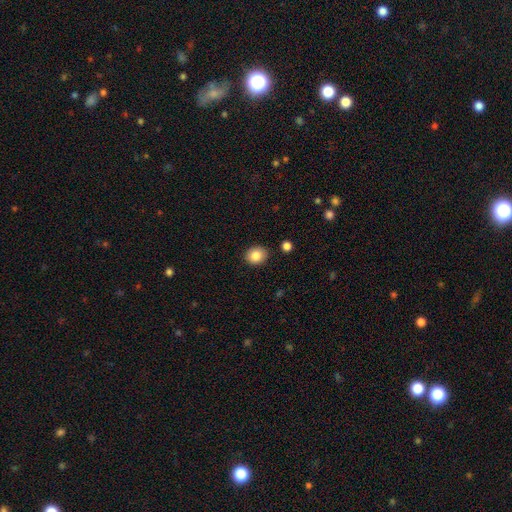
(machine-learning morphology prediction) Smooth or featured?
  - smooth: 85% *
  - star or artifact: 9%
  - featured or disk: 6%
How rounded?
  - round: 63% *
  - in between: 36%
  - cigar-shaped: 1%
Merging?
  - none: 88% *
  - minor disturbance: 8%
  - merger: 2%
  - major disturbance: 2%